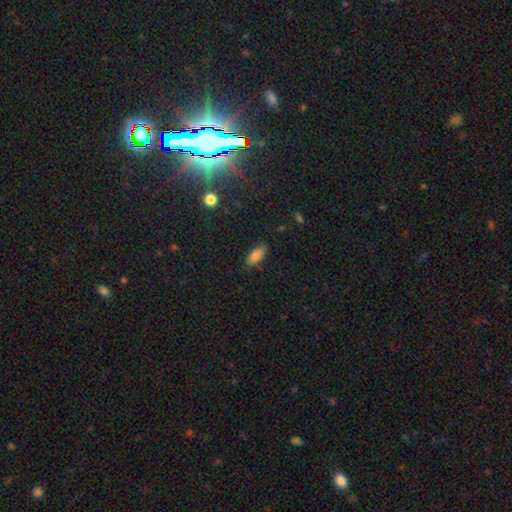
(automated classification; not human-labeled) smooth-or-featured: smooth: 84% | star or artifact: 9% | featured or disk: 8%
  how-rounded: in between: 79% | cigar-shaped: 18% | round: 2%
  merging: none: 81% | minor disturbance: 15% | major disturbance: 3% | merger: 1%